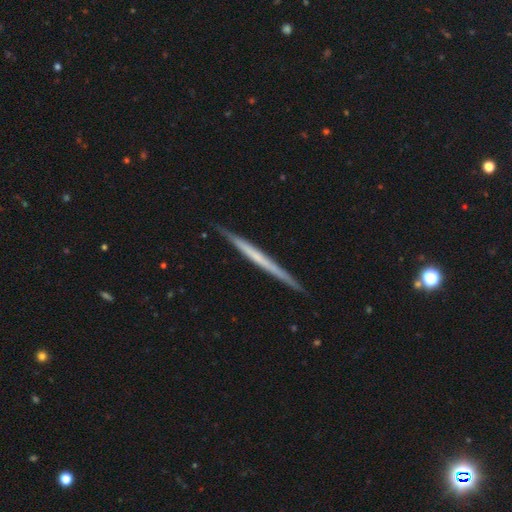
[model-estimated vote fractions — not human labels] smooth-or-featured: featured or disk: 60% | smooth: 35% | star or artifact: 5%
  disk-edge-on: yes: 97% | no: 3%
    edge-on-bulge: none: 87% | rounded: 8% | boxy: 5%
  merging: none: 90% | minor disturbance: 7% | major disturbance: 1% | merger: 1%